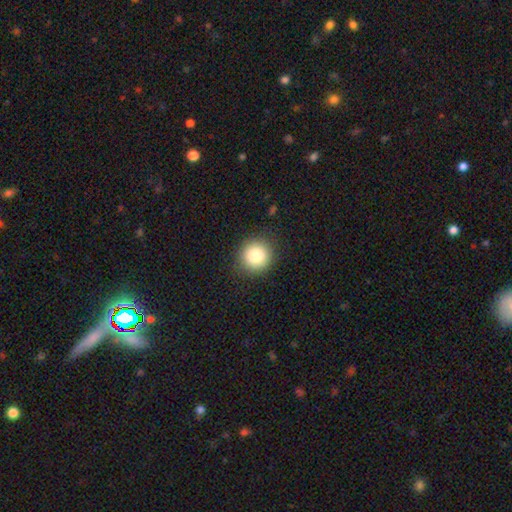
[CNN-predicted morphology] Smooth or featured? Predicted: smooth (p=0.83). How rounded? Predicted: round (p=0.92). Merging? Predicted: none (p=0.89).